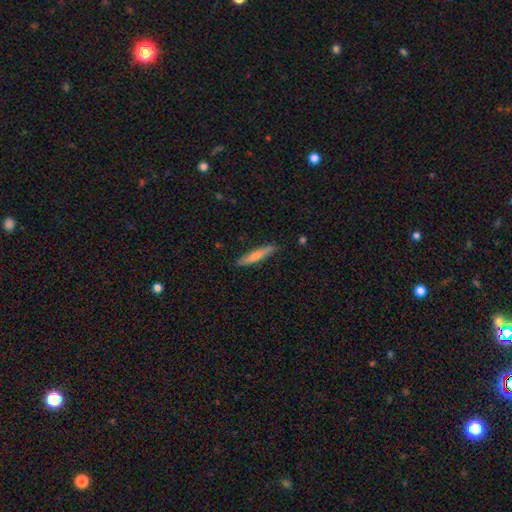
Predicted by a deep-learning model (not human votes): A smooth galaxy with no disk features (58%) that is cigar-shaped (92%).

Vote fractions:
- Smooth or featured? smooth: 58% / featured or disk: 36% / star or artifact: 6%
- How rounded? cigar-shaped: 92% / in between: 7% / round: 2%
- Merging? none: 89% / minor disturbance: 9% / major disturbance: 2% / merger: 1%